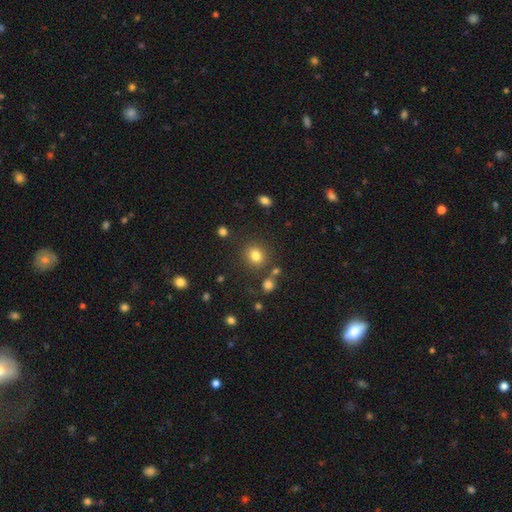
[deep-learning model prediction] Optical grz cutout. It shows a smooth galaxy with no disk features (80%) that is round (76%). Merging: none (81%).